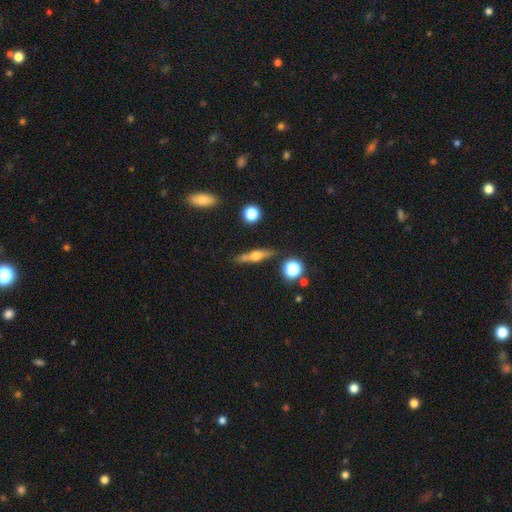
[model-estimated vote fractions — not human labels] smooth-or-featured: featured or disk: 53% | smooth: 39% | star or artifact: 9%
  disk-edge-on: yes: 91% | no: 9%
  merging: none: 80% | minor disturbance: 12% | merger: 5% | major disturbance: 3%